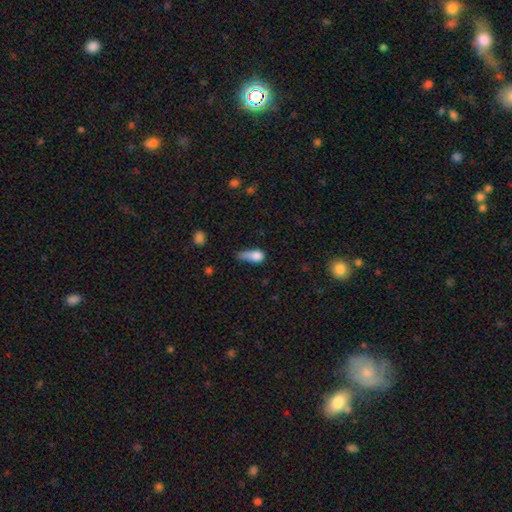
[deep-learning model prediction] Smooth or featured?
  - smooth: 75% *
  - featured or disk: 15%
  - star or artifact: 10%
How rounded?
  - in between: 68% *
  - round: 18%
  - cigar-shaped: 14%
Merging?
  - major disturbance: 35% *
  - minor disturbance: 33%
  - none: 21%
  - merger: 10%